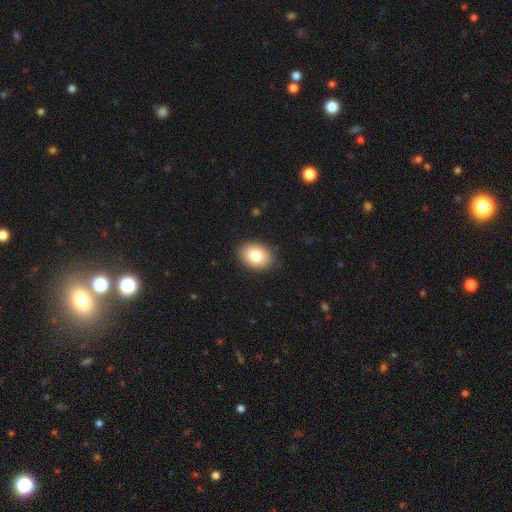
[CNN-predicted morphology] Q: Smooth or featured?
A: smooth (82%); runner-up: featured or disk (10%)
Q: How rounded?
A: in between (75%); runner-up: round (24%)
Q: Merging?
A: none (87%); runner-up: minor disturbance (10%)